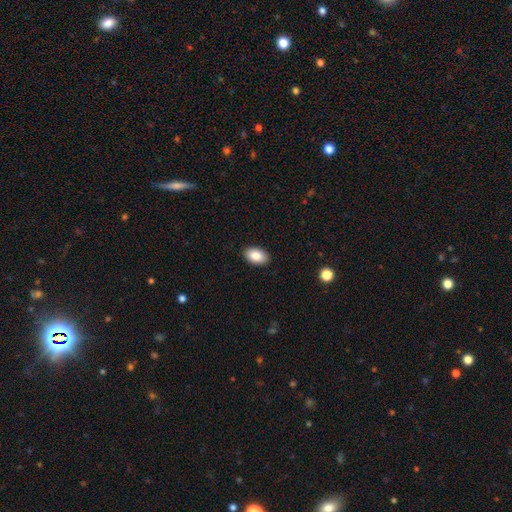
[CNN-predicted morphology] Q: Smooth or featured?
A: smooth (86%); runner-up: star or artifact (7%)
Q: How rounded?
A: in between (93%); runner-up: round (6%)
Q: Merging?
A: none (90%); runner-up: minor disturbance (8%)